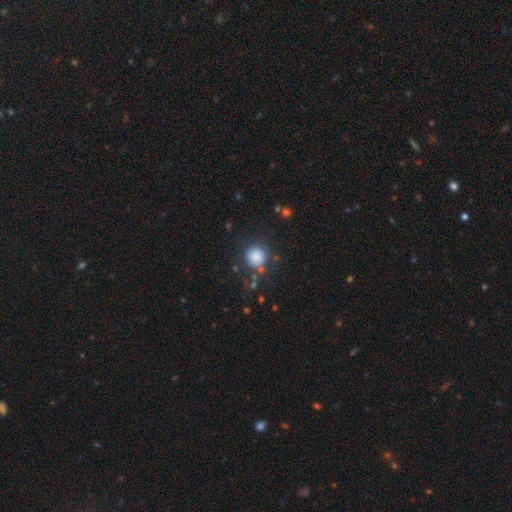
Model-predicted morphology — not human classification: Overall: smooth (81%). How rounded: round (89%). Merging: none (73%).